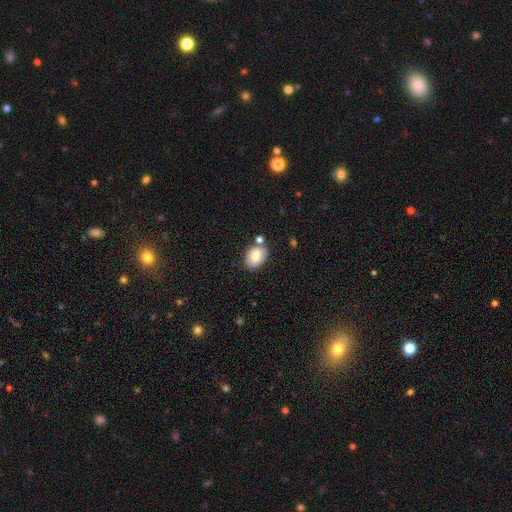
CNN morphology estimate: smooth_or_featured: smooth (p=0.77) [alt: featured or disk p=0.16]
how_rounded: in between (p=0.80) [alt: round p=0.19]
merging: none (p=0.70) [alt: minor disturbance p=0.16]